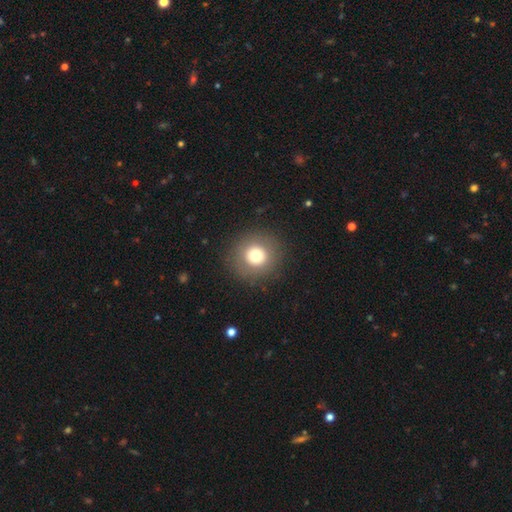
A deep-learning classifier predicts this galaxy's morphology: smooth-or-featured: smooth: 74% | featured or disk: 15% | star or artifact: 11%
  how-rounded: round: 95% | in between: 4% | cigar-shaped: 1%
  merging: none: 89% | minor disturbance: 6% | major disturbance: 3% | merger: 1%